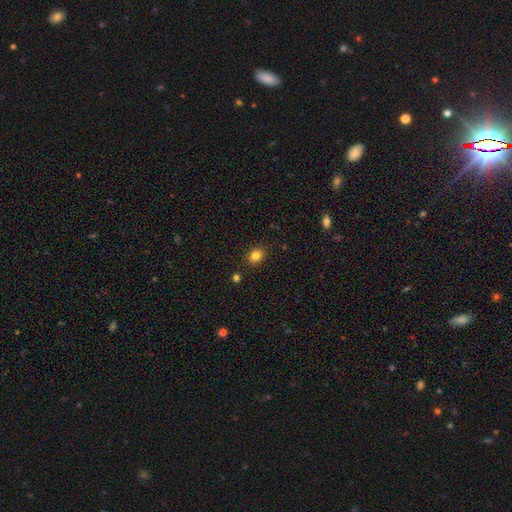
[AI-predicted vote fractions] Smooth or featured? Predicted: smooth (p=0.82). How rounded? Predicted: round (p=0.65). Merging? Predicted: none (p=0.88).